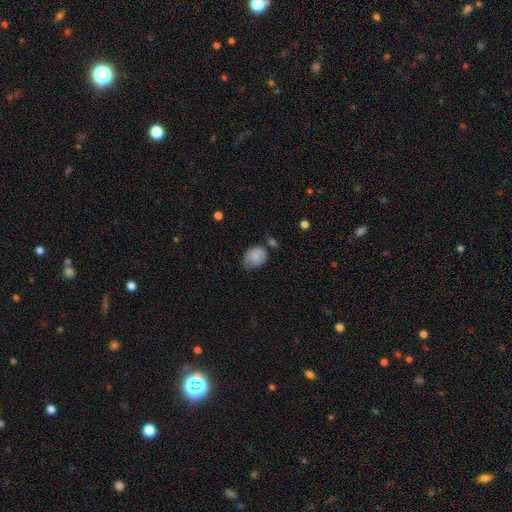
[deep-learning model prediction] smooth-or-featured: smooth: 79% | featured or disk: 13% | star or artifact: 8%
  how-rounded: in between: 61% | round: 38% | cigar-shaped: 1%
  merging: none: 42% | minor disturbance: 39% | major disturbance: 14% | merger: 5%